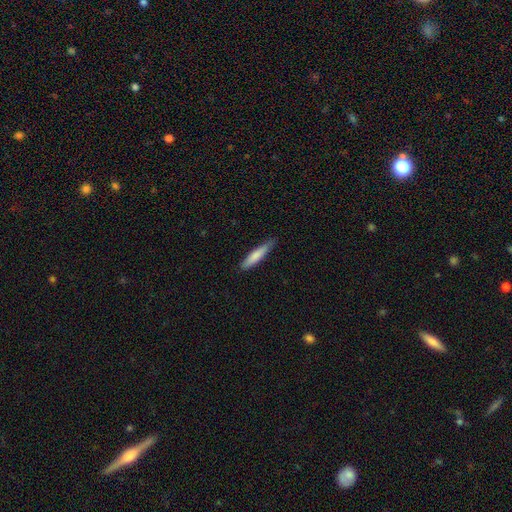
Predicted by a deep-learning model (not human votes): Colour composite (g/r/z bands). It shows a smooth galaxy with no disk features (79%) that is cigar-shaped (87%). Merging: none (80%).